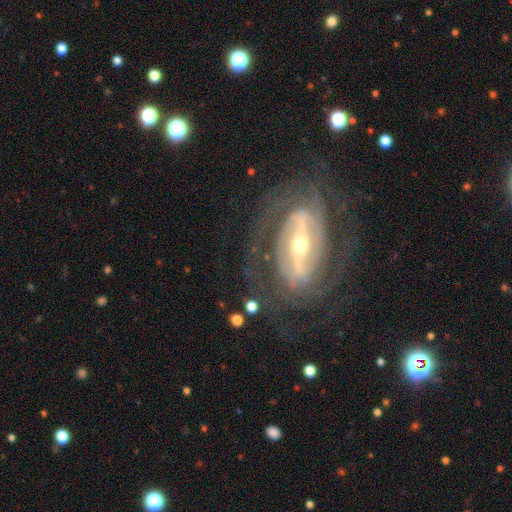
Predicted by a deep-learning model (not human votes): Smooth or featured? featured or disk (80%)
Edge-on disk? no (87%)
Bar? strong (47%)
Spiral arms? yes (70%)
Bulge size? small (49%)
Merging? none (73%)